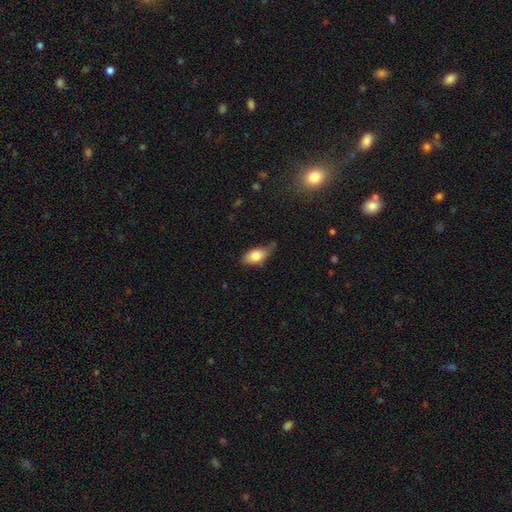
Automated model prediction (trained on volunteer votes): smooth 78%, featured or disk 15%, star or artifact 7%. Down the decision tree: how rounded — in between (88%); merging — none (43%).